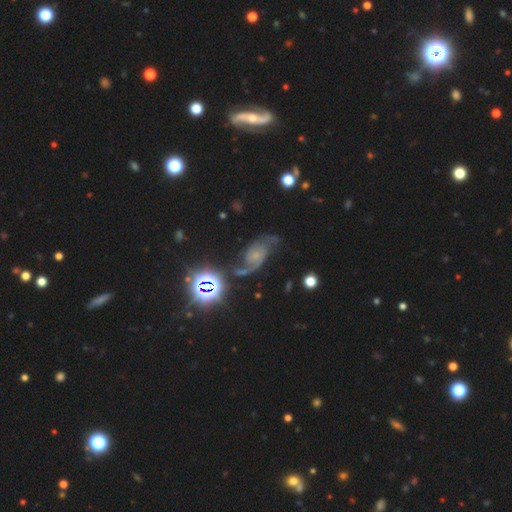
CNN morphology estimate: This appears to be a featured or disk galaxy (70%) with no bar (69%), 2 (85%) loose (48%) spiral arms (93%) and a small central bulge (59%). Merging: none (52%).